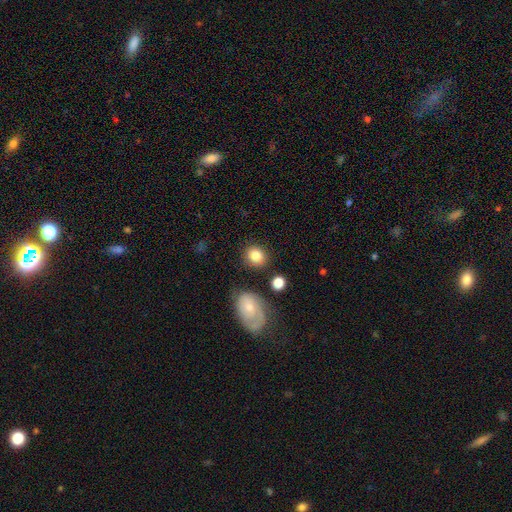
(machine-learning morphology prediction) smooth-or-featured: smooth: 83% | star or artifact: 9% | featured or disk: 8%
  how-rounded: round: 73% | in between: 26% | cigar-shaped: 1%
  merging: none: 80% | minor disturbance: 11% | merger: 5% | major disturbance: 4%